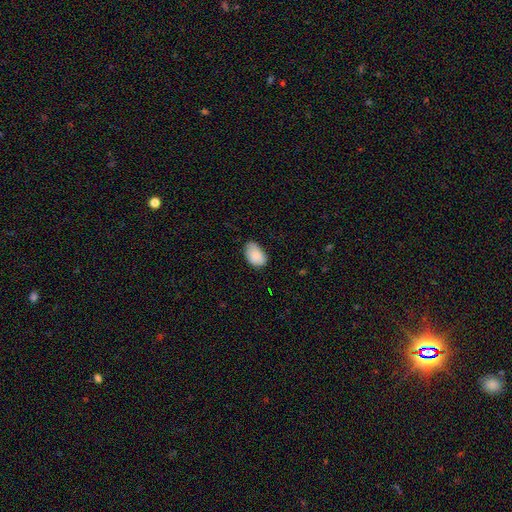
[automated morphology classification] smooth 86%, featured or disk 7%, star or artifact 7%. Down the decision tree: how rounded — in between (91%); merging — none (58%).